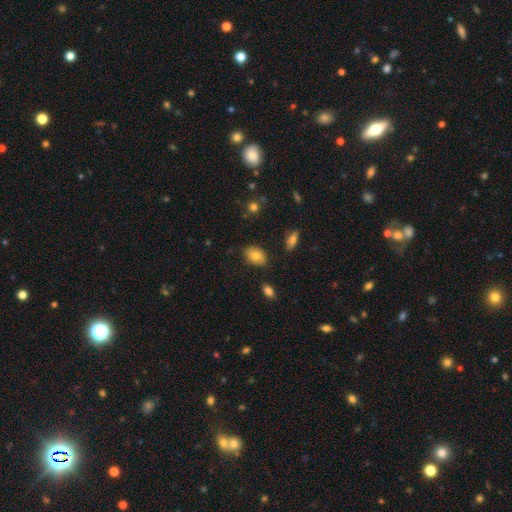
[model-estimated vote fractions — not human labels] A smooth galaxy with no disk features (80%) that is in between round and cigar-shaped (84%). Merging: none (81%).